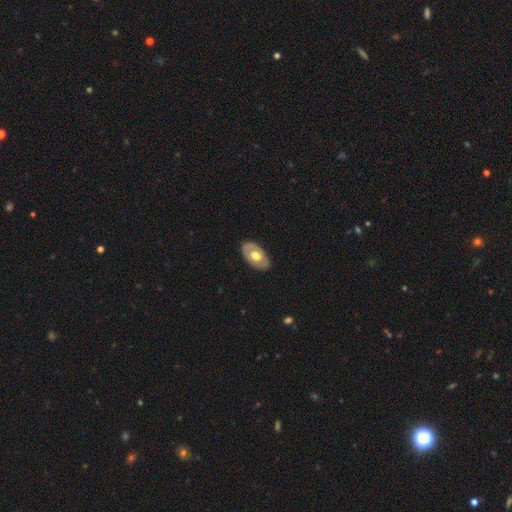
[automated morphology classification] This appears to be a smooth galaxy with no disk features (48%, tied with featured or disk). Merging: none (85%).